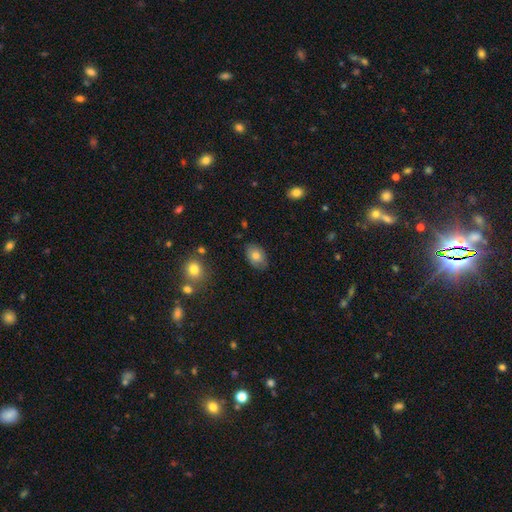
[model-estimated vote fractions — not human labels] Smooth or featured? Predicted: smooth (p=0.75). How rounded? Predicted: in between (p=0.82). Merging? Predicted: none (p=0.80).